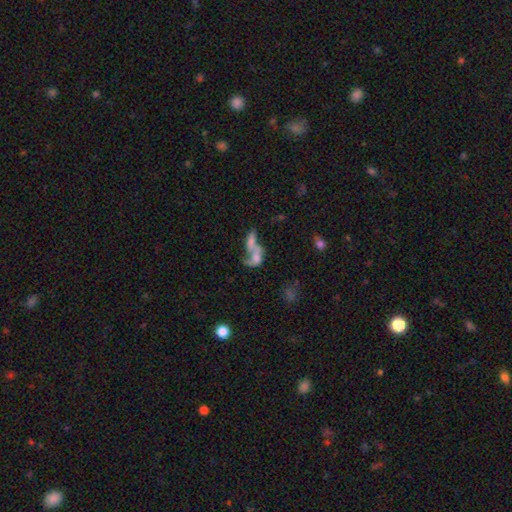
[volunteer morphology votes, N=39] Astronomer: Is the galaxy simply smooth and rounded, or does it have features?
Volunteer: smooth — 56% (runner-up: featured or disk, 33%).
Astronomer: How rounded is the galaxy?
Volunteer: in between — 86%.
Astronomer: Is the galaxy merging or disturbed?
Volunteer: merger — 74%.